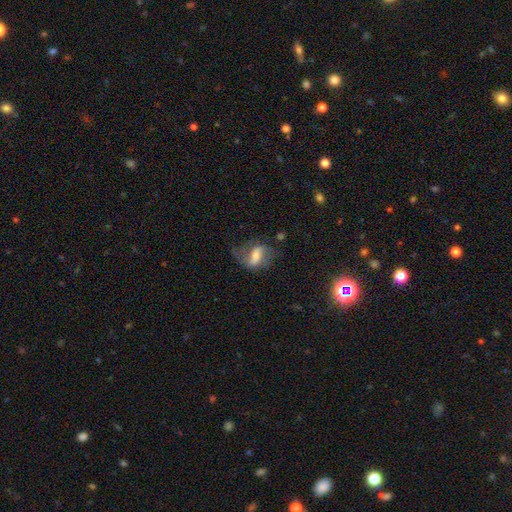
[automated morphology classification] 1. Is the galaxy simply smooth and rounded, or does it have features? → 51% featured or disk, 41% smooth, 9% star or artifact.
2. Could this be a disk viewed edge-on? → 93% no, 7% yes.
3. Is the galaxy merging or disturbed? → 48% none, 25% minor disturbance, 24% major disturbance, 3% merger.